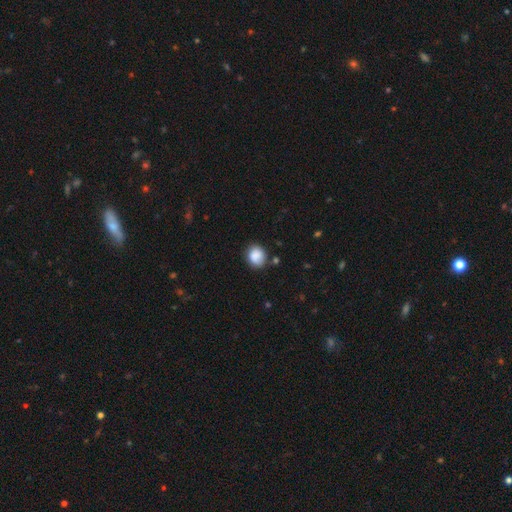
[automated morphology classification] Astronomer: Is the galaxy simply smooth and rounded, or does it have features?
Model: smooth — 86%.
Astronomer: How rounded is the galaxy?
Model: round — 67%.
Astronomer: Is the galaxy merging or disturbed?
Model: none — 74%.